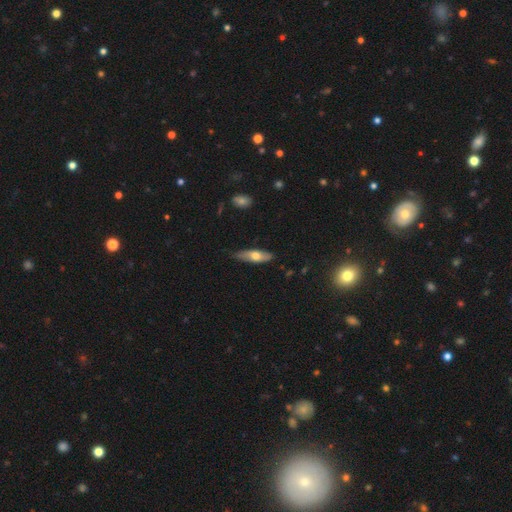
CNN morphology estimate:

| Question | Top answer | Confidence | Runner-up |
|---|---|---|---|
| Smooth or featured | smooth | 60% | featured or disk (34%) |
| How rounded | in between | 53% | cigar-shaped (45%) |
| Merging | none | 78% | minor disturbance (18%) |